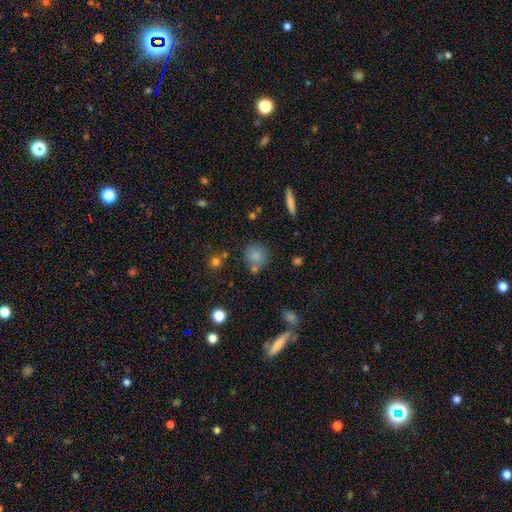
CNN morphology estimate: type=smooth (78%); roundness=round (84%); merging=none (62%).